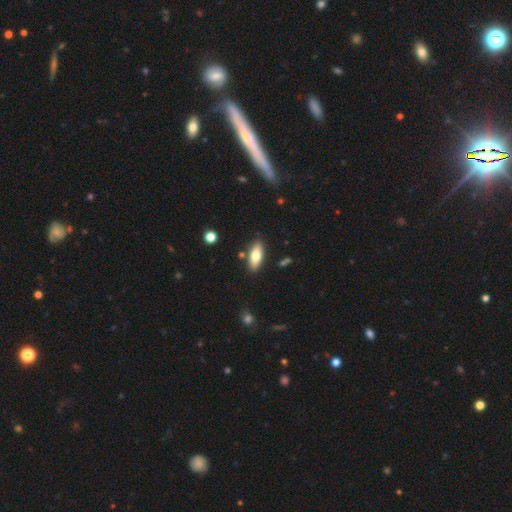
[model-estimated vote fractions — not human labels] Overall: smooth (72%). How rounded: in between (73%). Merging: none (84%).